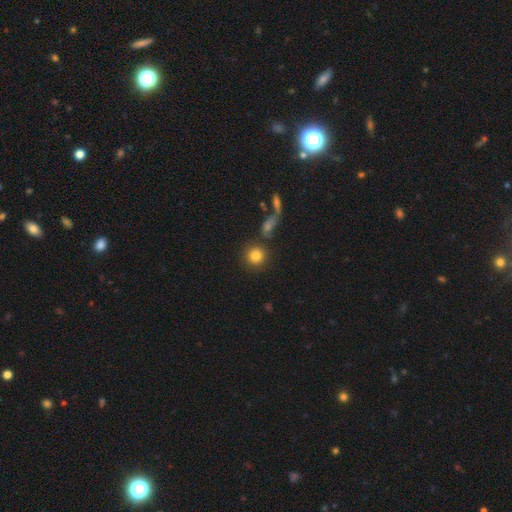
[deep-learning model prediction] Overall: smooth (81%). How rounded: round (92%). Merging: none (77%).